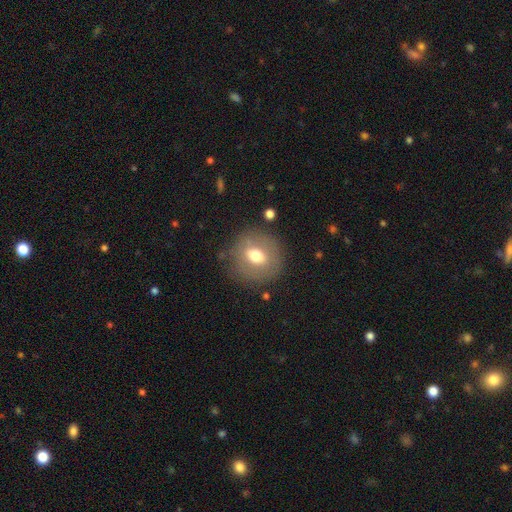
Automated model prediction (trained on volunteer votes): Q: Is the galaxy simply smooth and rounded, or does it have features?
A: smooth — 61%.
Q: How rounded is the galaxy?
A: round — 83%.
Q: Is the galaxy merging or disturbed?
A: none — 81%.